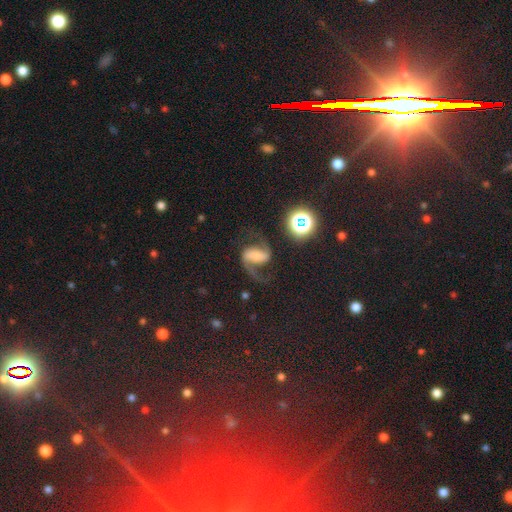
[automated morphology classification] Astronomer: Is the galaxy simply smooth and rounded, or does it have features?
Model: featured or disk — 81%.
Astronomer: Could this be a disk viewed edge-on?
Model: no — 98%.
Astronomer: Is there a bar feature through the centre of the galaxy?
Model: strong — 44% (runner-up: weak, 33%).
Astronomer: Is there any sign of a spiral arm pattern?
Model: yes — 97%.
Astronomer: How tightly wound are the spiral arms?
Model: loose — 60%.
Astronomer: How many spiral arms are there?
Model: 2 — 92%.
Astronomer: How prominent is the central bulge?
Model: none — 28% (runner-up: small, 25%).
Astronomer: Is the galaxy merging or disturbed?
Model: none — 70%.